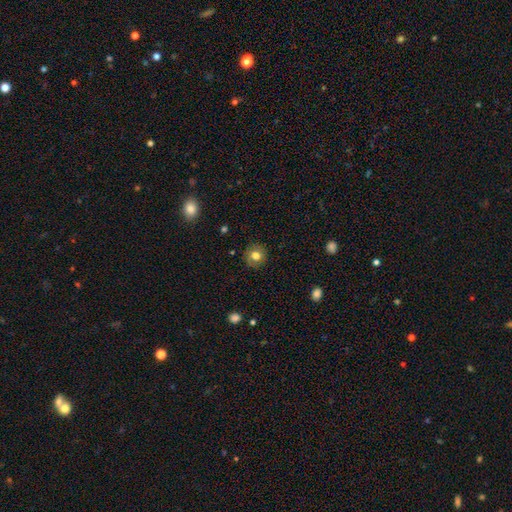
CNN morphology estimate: smooth 75%, featured or disk 15%, star or artifact 11%. Down the decision tree: how rounded — round (89%); merging — none (86%).